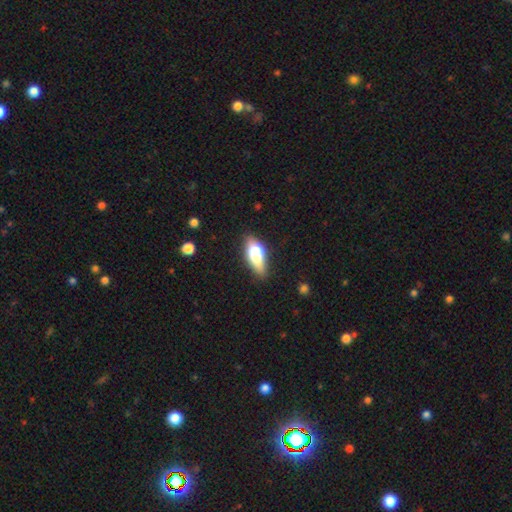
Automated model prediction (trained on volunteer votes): smooth 65%, featured or disk 26%, star or artifact 8%. Down the decision tree: how rounded — in between (76%); merging — none (59%).